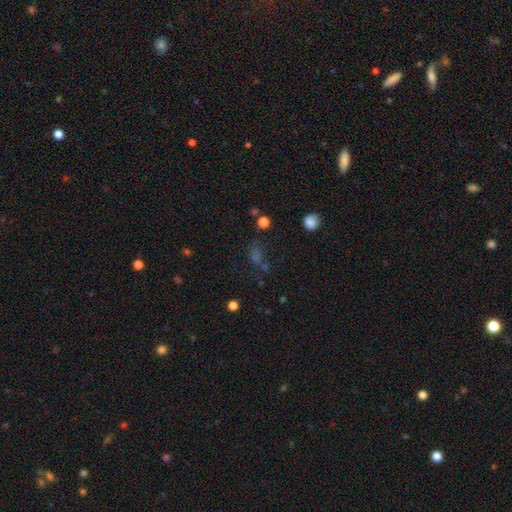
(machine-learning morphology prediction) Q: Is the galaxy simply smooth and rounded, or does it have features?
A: smooth — 44%.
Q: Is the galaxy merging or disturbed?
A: none — 56%.